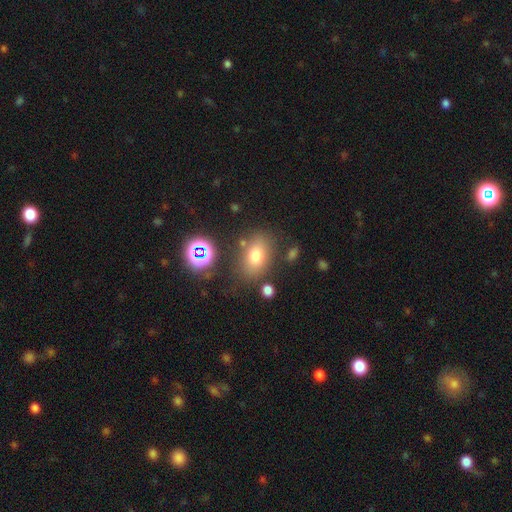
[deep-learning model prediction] Smooth or featured?
  - smooth: 72% *
  - star or artifact: 15%
  - featured or disk: 13%
How rounded?
  - in between: 80% *
  - round: 19%
  - cigar-shaped: 2%
Merging?
  - none: 75% *
  - minor disturbance: 14%
  - merger: 6%
  - major disturbance: 6%